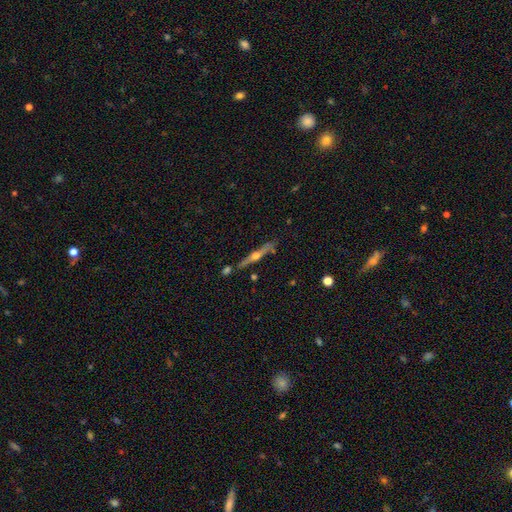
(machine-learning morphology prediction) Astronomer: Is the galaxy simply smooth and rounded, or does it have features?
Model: featured or disk — 75%.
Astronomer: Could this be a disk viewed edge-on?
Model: yes — 97%.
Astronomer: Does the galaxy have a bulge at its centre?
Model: rounded — 94%.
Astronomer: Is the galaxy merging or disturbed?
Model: none — 78%.